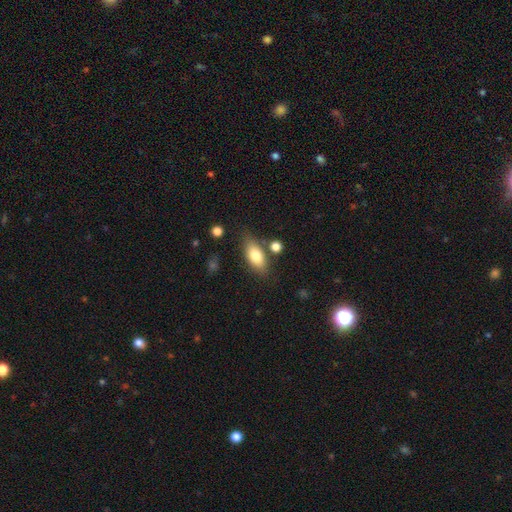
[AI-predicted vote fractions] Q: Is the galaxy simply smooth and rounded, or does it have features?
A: smooth — 78%.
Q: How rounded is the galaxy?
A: in between — 84%.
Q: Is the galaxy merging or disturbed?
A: none — 73%.